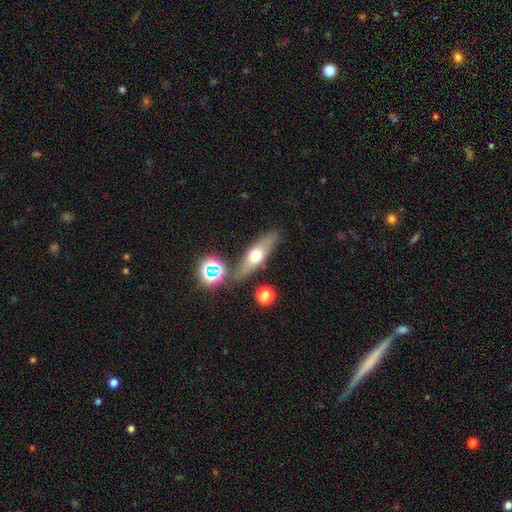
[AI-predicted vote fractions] This appears to be a smooth galaxy with no disk features (47%). Merging: none (79%).